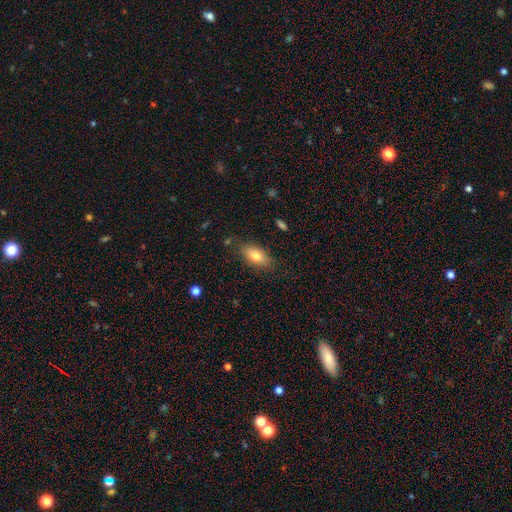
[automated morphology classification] The model was most divided on "smooth or featured": smooth: 78%, featured or disk: 15%, star or artifact: 8%. More confident: how rounded — in between (85%); merging — none (82%).